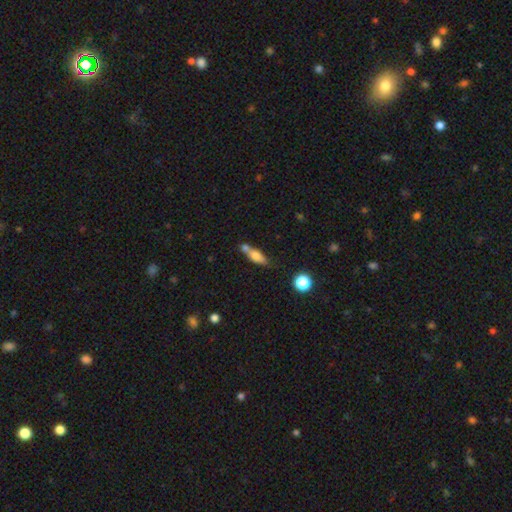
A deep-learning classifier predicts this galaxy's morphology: This is likely a smooth galaxy (67%). How rounded: likely in between (60%). Merging: possibly none (46%).